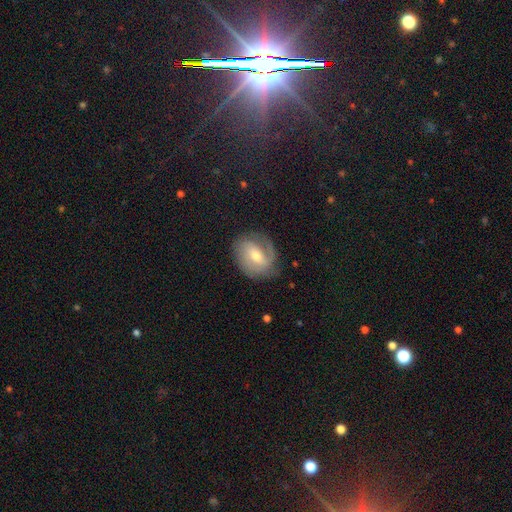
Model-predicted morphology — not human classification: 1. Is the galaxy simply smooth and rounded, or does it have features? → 74% featured or disk, 19% smooth, 7% star or artifact.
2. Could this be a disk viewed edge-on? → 96% no, 4% yes.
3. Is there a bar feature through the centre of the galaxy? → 48% weak, 30% no, 22% strong.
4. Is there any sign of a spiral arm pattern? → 91% yes, 9% no.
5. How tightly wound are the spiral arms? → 41% medium, 40% tight, 19% loose.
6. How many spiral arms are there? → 55% 2, 19% 1, 16% can't tell, 7% 3, 2% 4, 2% more than 4.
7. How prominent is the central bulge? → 57% moderate, 38% small, 3% large, 1% none, 1% dominant.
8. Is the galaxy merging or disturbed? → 71% none, 19% minor disturbance, 9% major disturbance, 1% merger.